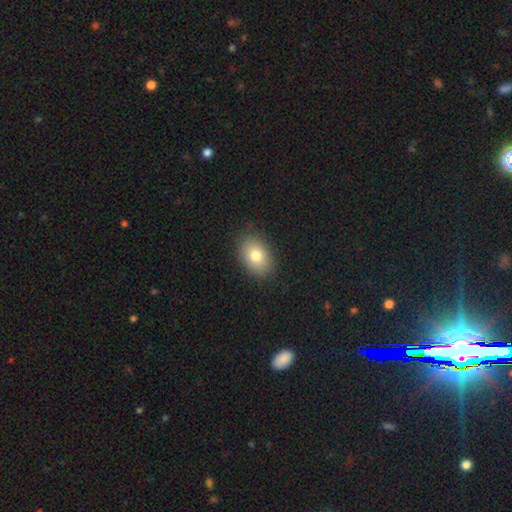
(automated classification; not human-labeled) Smooth or featured? Predicted: smooth (p=0.79). How rounded? Predicted: in between (p=0.80). Merging? Predicted: none (p=0.87).